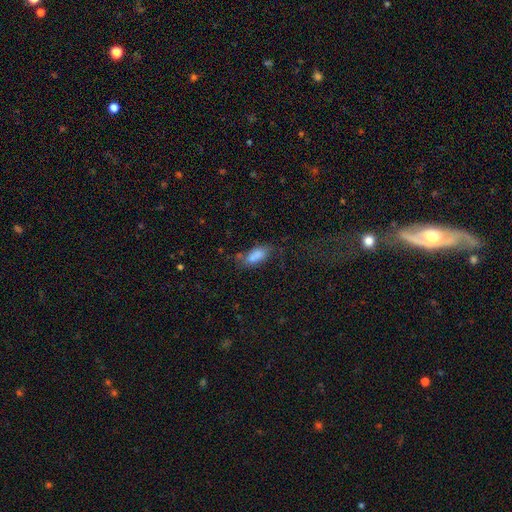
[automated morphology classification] The model was most divided on "merging": none: 44%, minor disturbance: 24%, merger: 19%, major disturbance: 13%. More confident: how rounded — in between (83%); smooth or featured — smooth (77%).